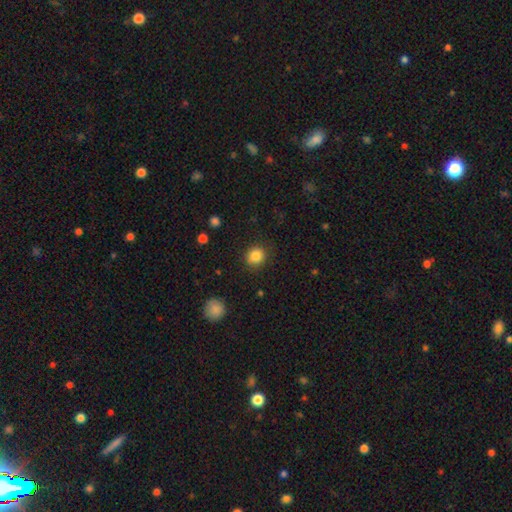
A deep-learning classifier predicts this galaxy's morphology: The model was most divided on "how rounded": round: 76%, in between: 23%, cigar-shaped: 1%. More confident: merging — none (87%); smooth or featured — smooth (86%).